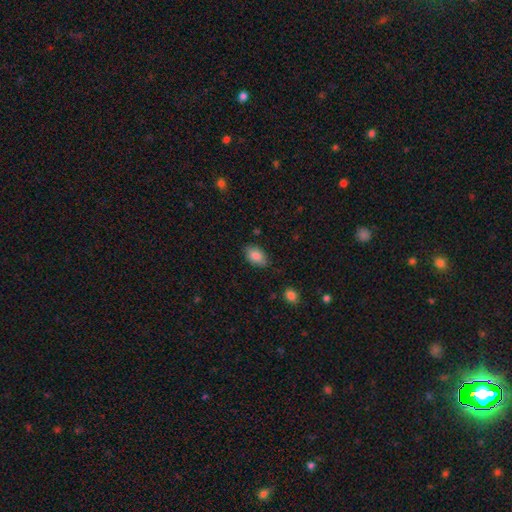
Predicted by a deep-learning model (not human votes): smooth 85%, star or artifact 7%, featured or disk 7%. Down the decision tree: how rounded — in between (90%); merging — none (78%).